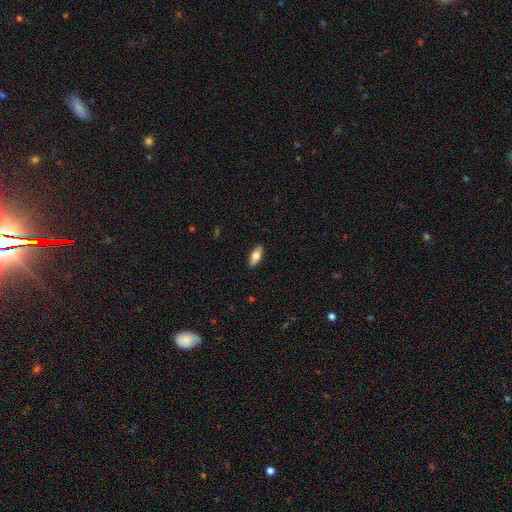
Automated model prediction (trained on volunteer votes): Morphology: type=smooth (73%); roundness=in between (79%); merging=none (90%).